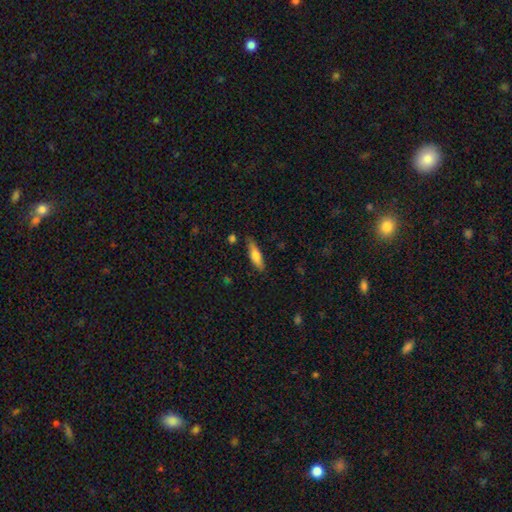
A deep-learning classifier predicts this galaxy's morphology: A smooth galaxy with no disk features (65%) that is cigar-shaped (64%).

Vote fractions:
- Smooth or featured? smooth: 65% / featured or disk: 28% / star or artifact: 6%
- How rounded? cigar-shaped: 64% / in between: 34% / round: 2%
- Merging? none: 80% / minor disturbance: 15% / major disturbance: 3% / merger: 3%